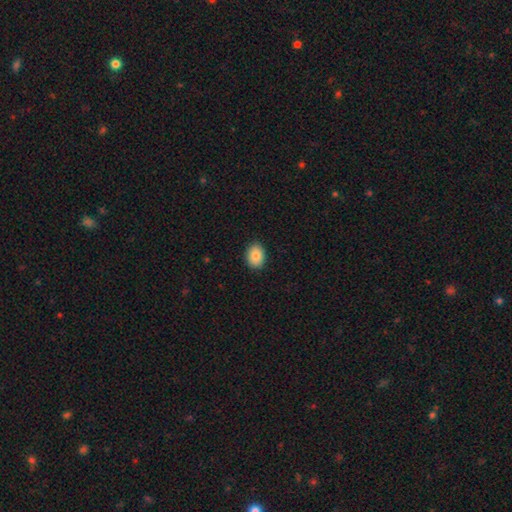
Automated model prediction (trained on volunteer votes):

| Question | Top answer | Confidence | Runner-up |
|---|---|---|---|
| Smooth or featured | smooth | 86% | star or artifact (8%) |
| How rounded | in between | 71% | round (28%) |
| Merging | none | 89% | minor disturbance (8%) |